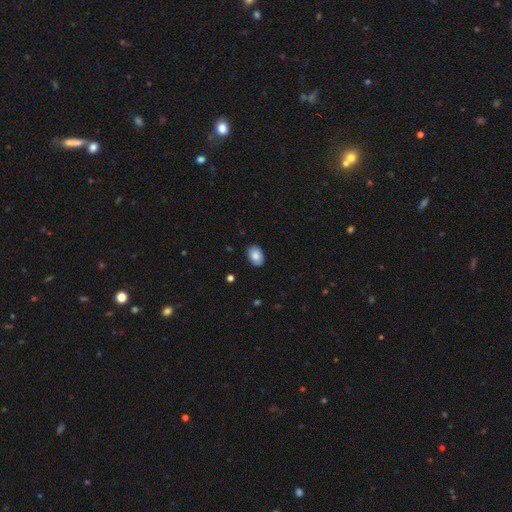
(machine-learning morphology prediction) smooth_or_featured: smooth (p=0.83) [alt: featured or disk p=0.10]
how_rounded: in between (p=0.81) [alt: round p=0.18]
merging: none (p=0.88) [alt: minor disturbance p=0.09]